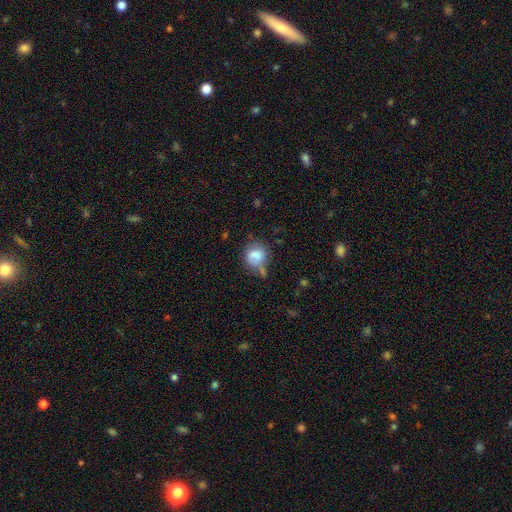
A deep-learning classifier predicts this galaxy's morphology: Smooth or featured? Predicted: smooth (p=0.74). How rounded? Predicted: round (p=0.68). Merging? Predicted: none (p=0.45).